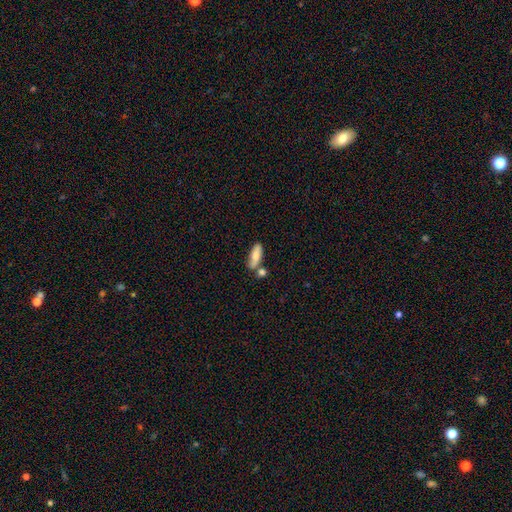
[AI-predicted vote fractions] The model was most divided on "how rounded": in between: 63%, cigar-shaped: 34%, round: 3%. More confident: smooth or featured — smooth (71%); merging — none (58%).